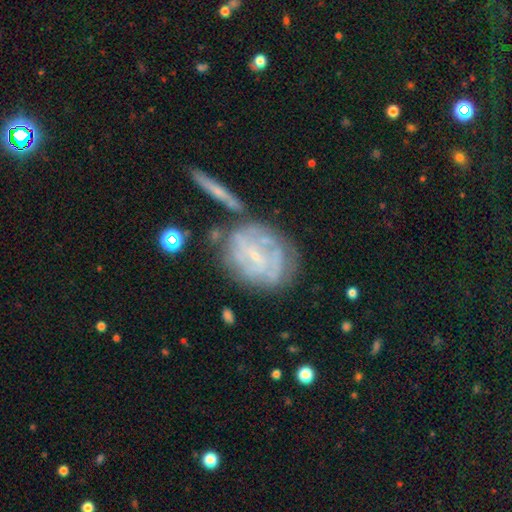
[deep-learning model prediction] Morphology: type=featured or disk (74%); edge-on=no (96%); bar=no (48%); spiral arms=yes (78%); winding=tight (61%); arm count=can't tell (53%); bulge=small (80%); merging=none (53%).